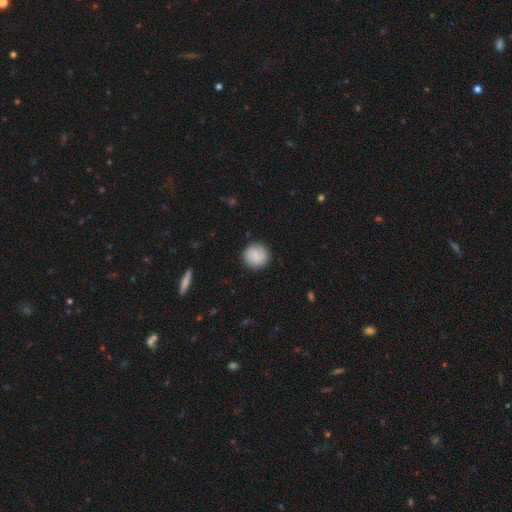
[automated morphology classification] smooth-or-featured: smooth: 77% | featured or disk: 16% | star or artifact: 7%
  how-rounded: round: 90% | in between: 9% | cigar-shaped: 1%
  merging: none: 87% | minor disturbance: 9% | major disturbance: 3% | merger: 1%